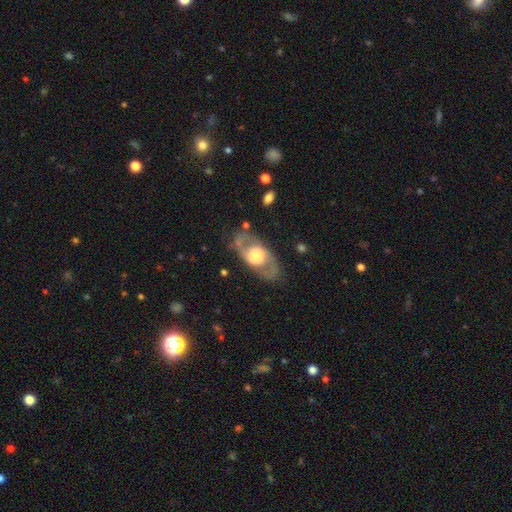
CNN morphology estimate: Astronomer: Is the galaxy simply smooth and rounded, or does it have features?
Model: featured or disk — 64%.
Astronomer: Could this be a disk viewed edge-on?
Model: no — 84%.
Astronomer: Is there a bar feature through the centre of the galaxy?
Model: no — 77%.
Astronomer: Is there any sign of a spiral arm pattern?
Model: no — 52% (runner-up: yes, 48%).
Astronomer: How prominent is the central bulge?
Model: large — 50% (runner-up: moderate, 34%).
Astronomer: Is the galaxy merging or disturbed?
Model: none — 77%.